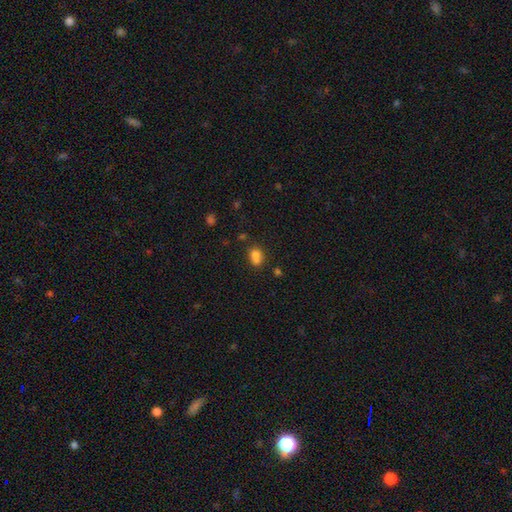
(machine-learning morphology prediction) Smooth or featured? smooth (76%)
How rounded? in between (53%)
Merging? none (39%, tied with merger)